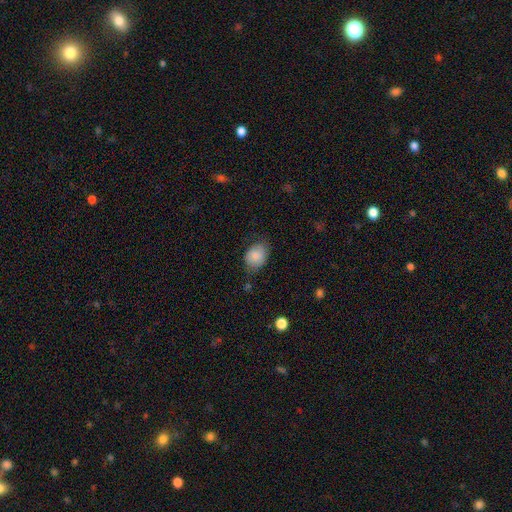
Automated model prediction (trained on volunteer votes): A smooth galaxy with no disk features (86%) that is in between round and cigar-shaped (67%).

Vote fractions:
- Smooth or featured? smooth: 86% / featured or disk: 7% / star or artifact: 7%
- How rounded? in between: 67% / round: 32% / cigar-shaped: 1%
- Merging? none: 67% / minor disturbance: 25% / major disturbance: 6% / merger: 2%